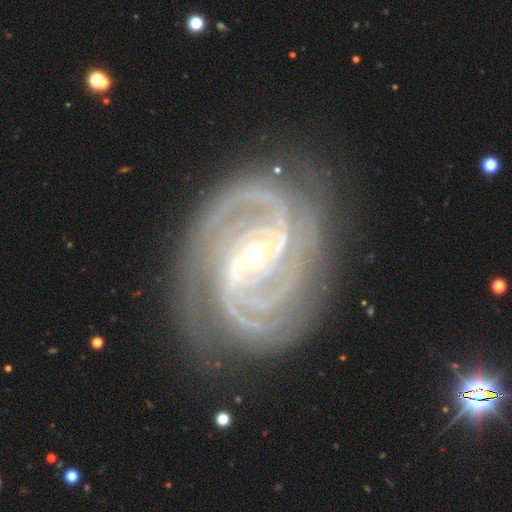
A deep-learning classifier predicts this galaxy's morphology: Q: Smooth or featured?
A: featured or disk (93%); runner-up: star or artifact (4%)
Q: Edge-on disk?
A: no (97%); runner-up: yes (3%)
Q: Bar?
A: strong (52%); runner-up: weak (36%)
Q: Spiral arms?
A: yes (99%); runner-up: no (1%)
Q: Spiral winding?
A: tight (66%); runner-up: medium (30%)
Q: Spiral arm count?
A: 3 (34%); runner-up: 2 (26%)
Q: Bulge size?
A: moderate (51%); runner-up: small (45%)
Q: Merging?
A: none (80%); runner-up: minor disturbance (14%)